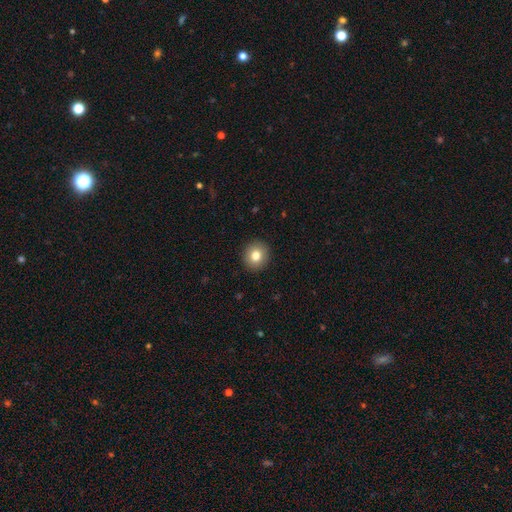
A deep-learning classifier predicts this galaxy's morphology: Smooth or featured?
  - smooth: 81% *
  - star or artifact: 10%
  - featured or disk: 10%
How rounded?
  - round: 89% *
  - in between: 10%
  - cigar-shaped: 1%
Merging?
  - none: 92% *
  - minor disturbance: 5%
  - major disturbance: 2%
  - merger: 1%